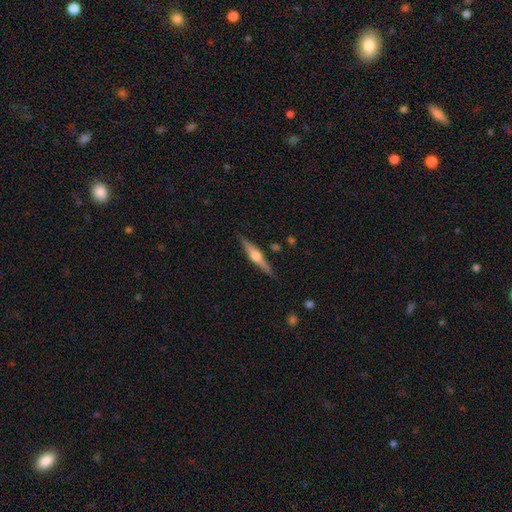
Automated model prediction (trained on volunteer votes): Smooth or featured?
  - featured or disk: 73% *
  - smooth: 22%
  - star or artifact: 6%
Edge-on disk?
  - yes: 98% *
  - no: 2%
Edge-on bulge?
  - rounded: 93% *
  - boxy: 5%
  - none: 2%
Merging?
  - none: 88% *
  - minor disturbance: 8%
  - major disturbance: 2%
  - merger: 2%